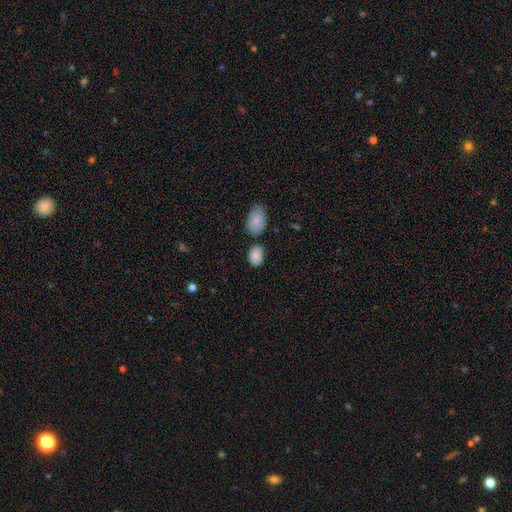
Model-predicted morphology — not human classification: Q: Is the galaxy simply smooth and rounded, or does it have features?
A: smooth — 84%.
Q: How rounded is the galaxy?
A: in between — 78%.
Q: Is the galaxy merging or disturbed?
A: none — 65%.